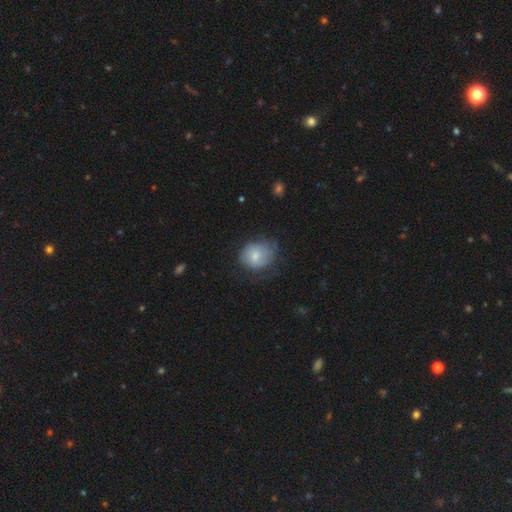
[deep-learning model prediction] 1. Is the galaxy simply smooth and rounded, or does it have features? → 71% smooth, 22% featured or disk, 8% star or artifact.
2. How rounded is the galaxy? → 60% round, 39% in between, 1% cigar-shaped.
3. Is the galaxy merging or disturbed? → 50% none, 33% minor disturbance, 16% major disturbance, 1% merger.